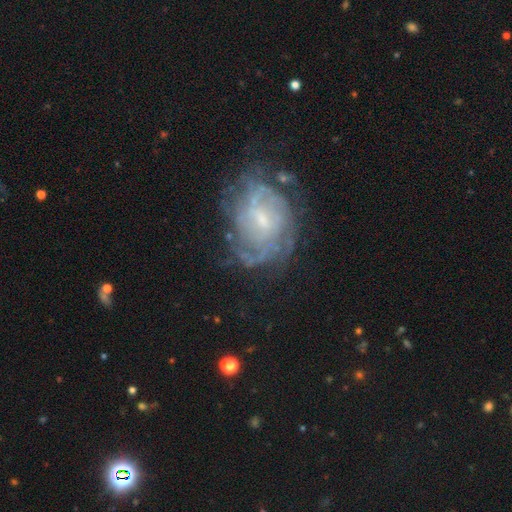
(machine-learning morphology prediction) This appears to be a featured or disk galaxy (78%) with a weak bar (50%), tight (57%) spiral arms (85%) and a small central bulge (60%). Merging: none (62%).